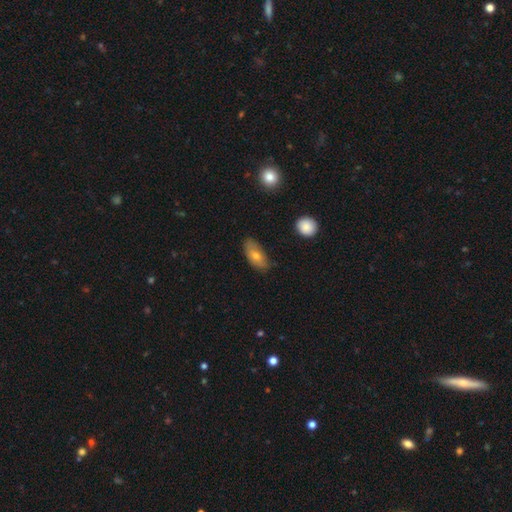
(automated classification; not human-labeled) Smooth or featured?
  - smooth: 70% *
  - featured or disk: 22%
  - star or artifact: 8%
How rounded?
  - in between: 86% *
  - cigar-shaped: 10%
  - round: 4%
Merging?
  - none: 74% *
  - minor disturbance: 21%
  - major disturbance: 4%
  - merger: 2%